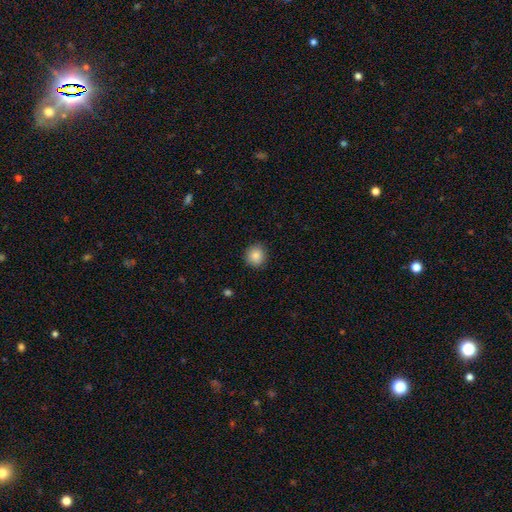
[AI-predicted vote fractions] Smooth or featured: smooth — 86% (star or artifact — 9%)
How rounded: round — 88% (in between — 11%)
Merging: none — 89% (minor disturbance — 8%)